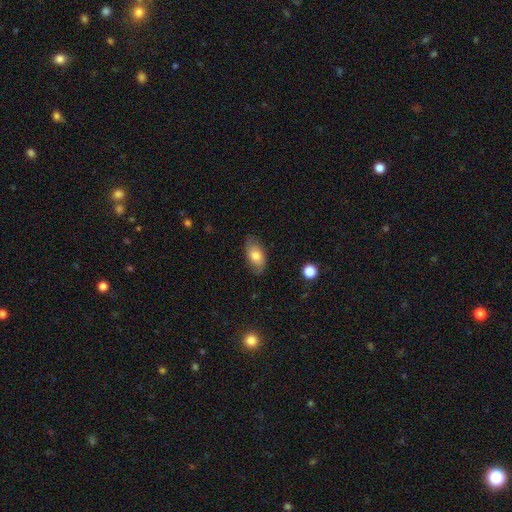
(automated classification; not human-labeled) This appears to be a smooth galaxy with no disk features (71%) that is in between round and cigar-shaped (91%). Merging: none (78%).